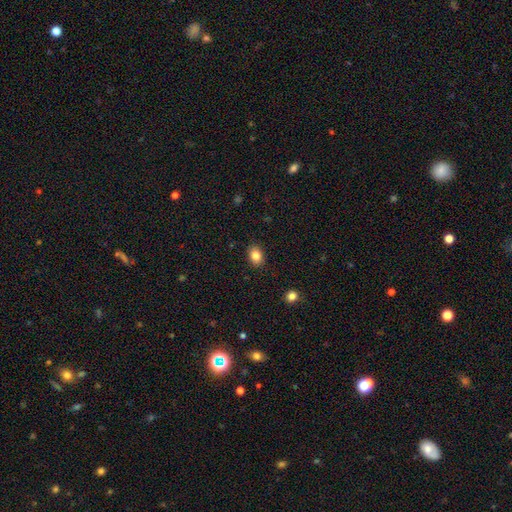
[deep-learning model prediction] smooth 85%, star or artifact 9%, featured or disk 6%. Down the decision tree: how rounded — in between (69%); merging — none (88%).